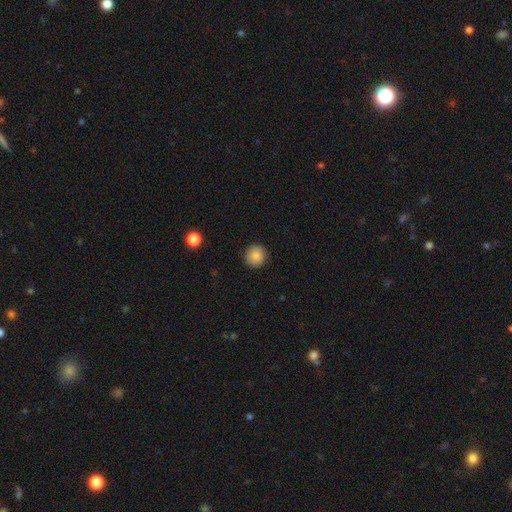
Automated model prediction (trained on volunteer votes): Smooth or featured? smooth (86%)
How rounded? round (92%)
Merging? none (91%)